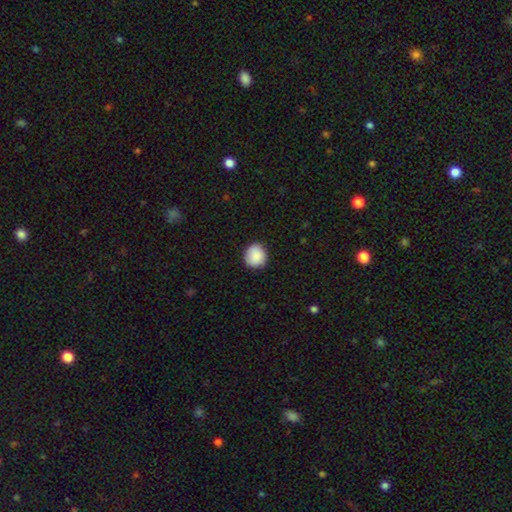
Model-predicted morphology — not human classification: Overall: smooth (89%). How rounded: round (89%). Merging: none (88%).